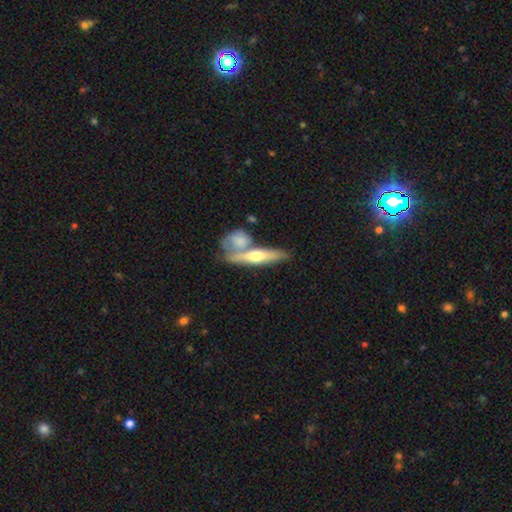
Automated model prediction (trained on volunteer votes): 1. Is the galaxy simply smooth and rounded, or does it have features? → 52% featured or disk, 43% smooth, 5% star or artifact.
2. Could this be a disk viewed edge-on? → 83% yes, 17% no.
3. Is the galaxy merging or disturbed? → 50% none, 35% merger, 11% minor disturbance, 4% major disturbance.